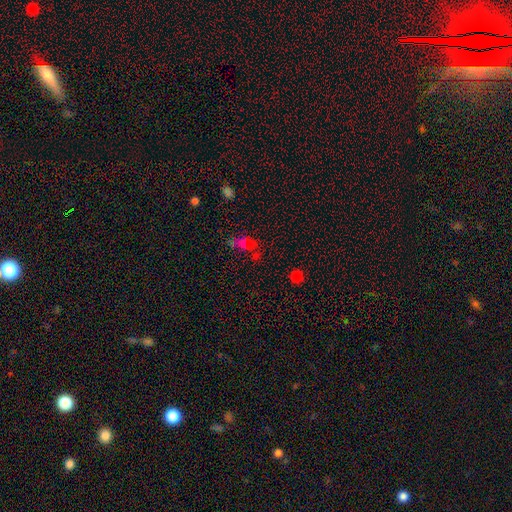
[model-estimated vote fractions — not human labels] smooth-or-featured: smooth: 56% | star or artifact: 29% | featured or disk: 15%
  how-rounded: in between: 63% | round: 19% | cigar-shaped: 18%
  merging: none: 55% | merger: 19% | minor disturbance: 17% | major disturbance: 9%